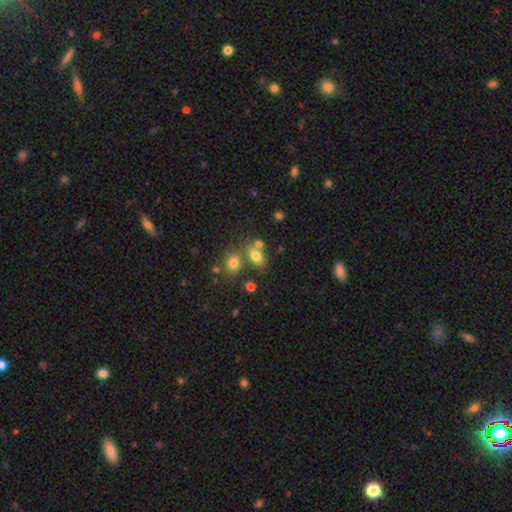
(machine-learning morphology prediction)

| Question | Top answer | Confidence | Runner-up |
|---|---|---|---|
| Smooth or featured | smooth | 75% | star or artifact (13%) |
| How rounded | in between | 80% | round (17%) |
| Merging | none | 51% | merger (31%) |